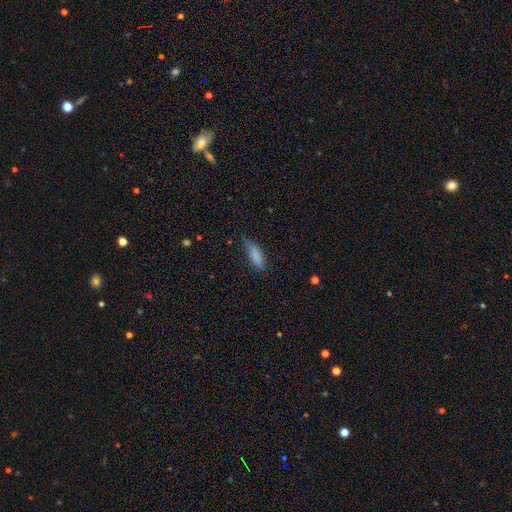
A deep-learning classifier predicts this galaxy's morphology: Smooth or featured? Predicted: smooth (p=0.83). How rounded? Predicted: in between (p=0.50). Merging? Predicted: none (p=0.55).